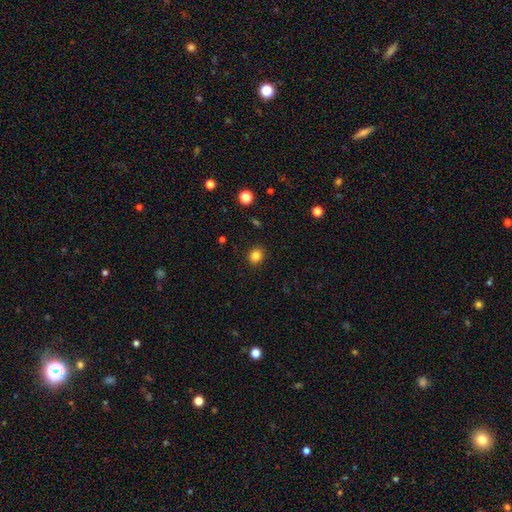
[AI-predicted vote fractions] smooth_or_featured: smooth (p=0.83) [alt: star or artifact p=0.12]
how_rounded: round (p=0.79) [alt: in between p=0.20]
merging: none (p=0.91) [alt: minor disturbance p=0.06]